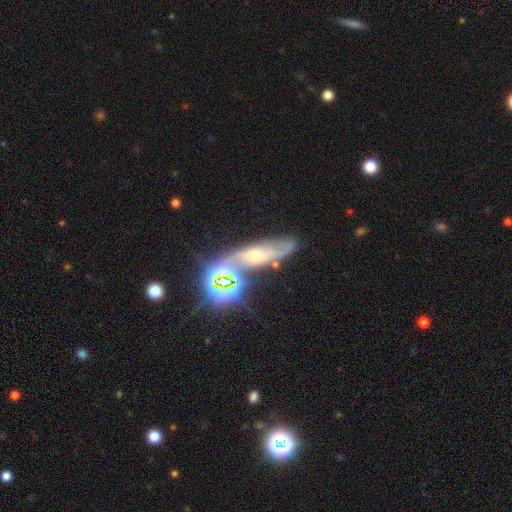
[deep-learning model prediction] The model was most divided on "smooth or featured": featured or disk: 49%, star or artifact: 33%, smooth: 18%. More confident: merging — none (56%).